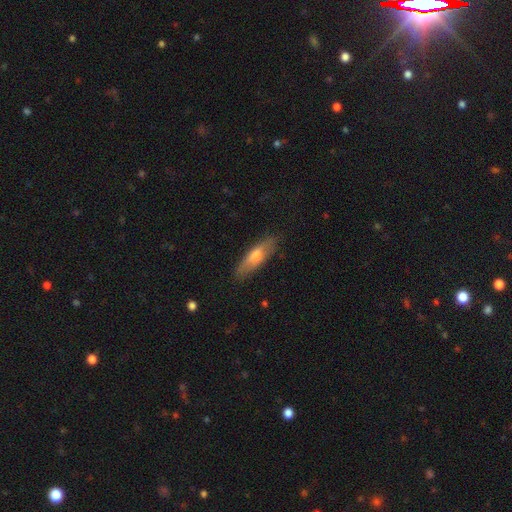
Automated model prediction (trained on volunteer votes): This is likely a smooth galaxy (62%). How rounded: likely cigar-shaped (64%). Merging: clearly none (83%).